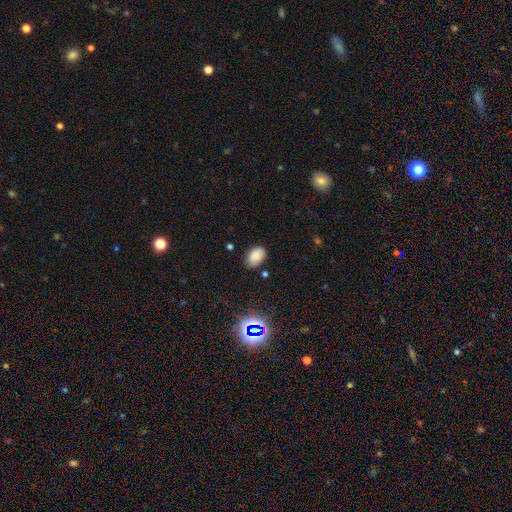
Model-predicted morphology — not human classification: Smooth or featured? smooth (84%)
How rounded? in between (89%)
Merging? none (79%)